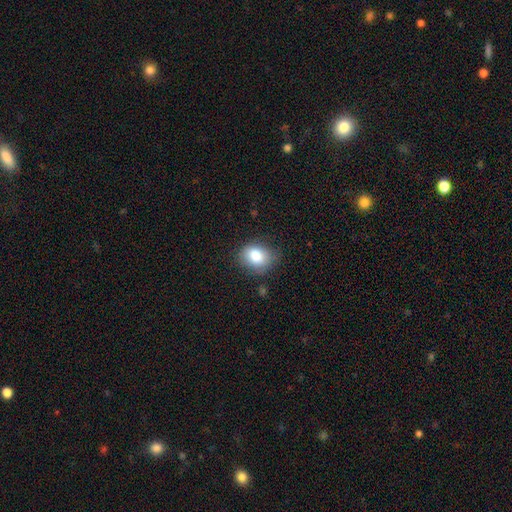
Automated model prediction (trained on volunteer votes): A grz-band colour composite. It shows a smooth galaxy with no disk features (83%) that is in between round and cigar-shaped (57%). Merging: none (69%).